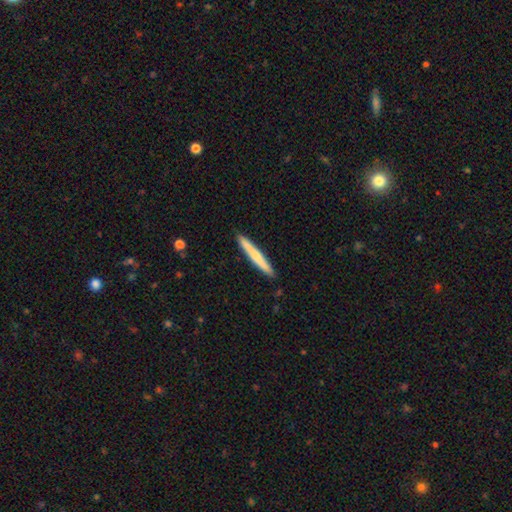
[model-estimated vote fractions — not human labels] Smooth or featured? smooth (66%)
How rounded? cigar-shaped (96%)
Merging? none (91%)